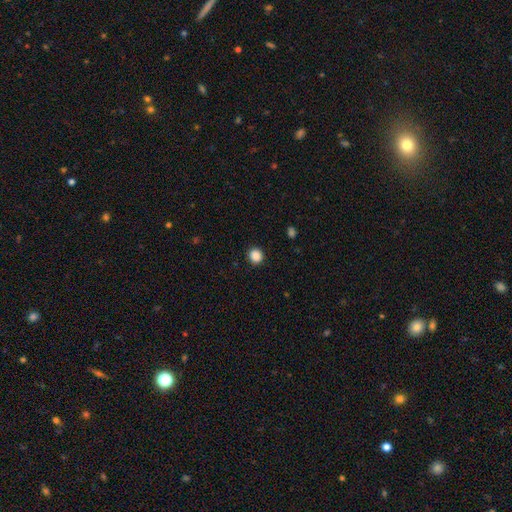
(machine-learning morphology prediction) Q: Smooth or featured?
A: smooth (88%); runner-up: star or artifact (10%)
Q: How rounded?
A: round (85%); runner-up: in between (14%)
Q: Merging?
A: none (91%); runner-up: minor disturbance (6%)